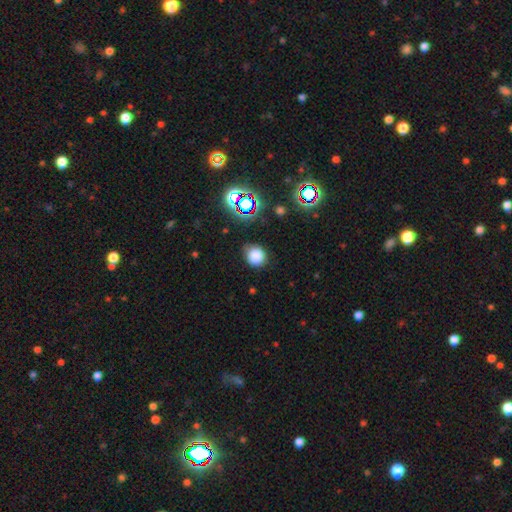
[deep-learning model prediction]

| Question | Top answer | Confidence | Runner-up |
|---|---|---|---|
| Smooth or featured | smooth | 78% | star or artifact (16%) |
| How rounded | round | 82% | in between (17%) |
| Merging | none | 79% | minor disturbance (15%) |